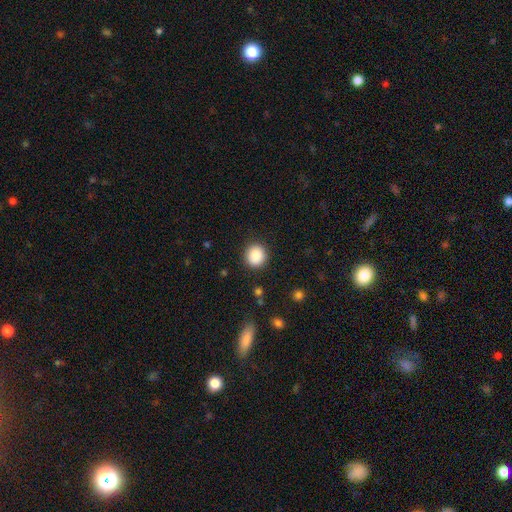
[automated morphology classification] Smooth or featured? smooth (88%)
How rounded? round (89%)
Merging? none (90%)